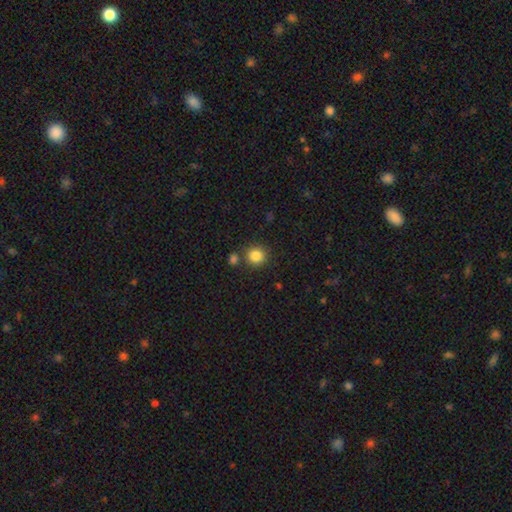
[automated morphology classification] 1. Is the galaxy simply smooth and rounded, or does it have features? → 85% smooth, 10% star or artifact, 5% featured or disk.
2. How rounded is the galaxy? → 89% round, 10% in between, 1% cigar-shaped.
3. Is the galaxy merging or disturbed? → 78% none, 10% merger, 9% minor disturbance, 3% major disturbance.